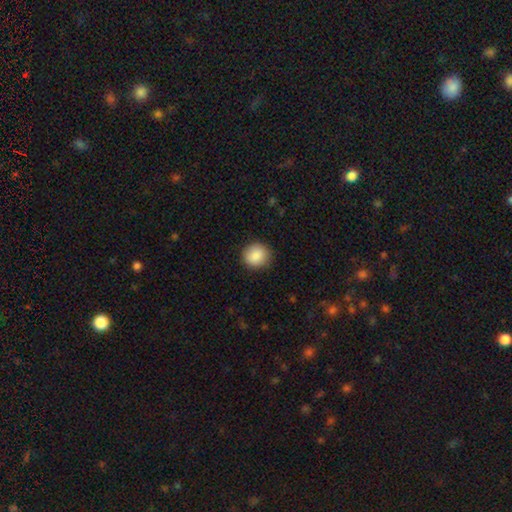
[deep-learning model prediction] This appears to be a smooth galaxy with no disk features (88%) that is round (88%). Merging: none (89%).